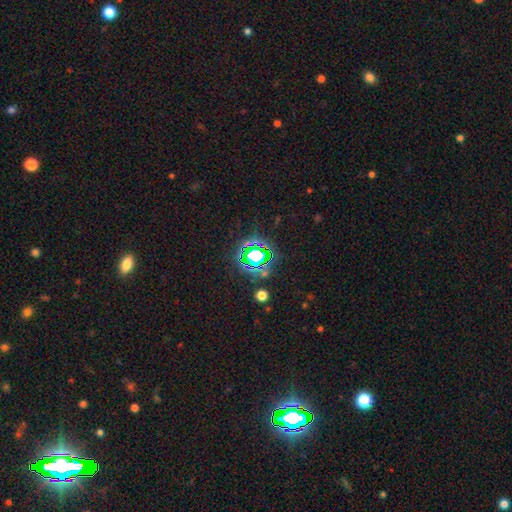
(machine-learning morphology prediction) The model was most divided on "smooth or featured": star or artifact: 68%, smooth: 20%, featured or disk: 12%.